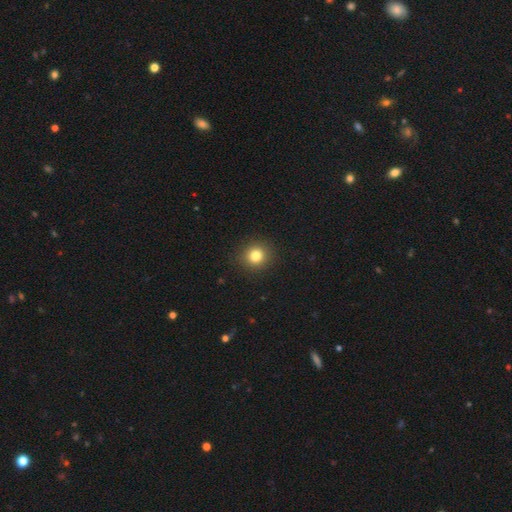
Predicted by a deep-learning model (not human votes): The model was most divided on "smooth or featured": smooth: 81%, star or artifact: 12%, featured or disk: 7%. More confident: merging — none (92%); how rounded — round (91%).